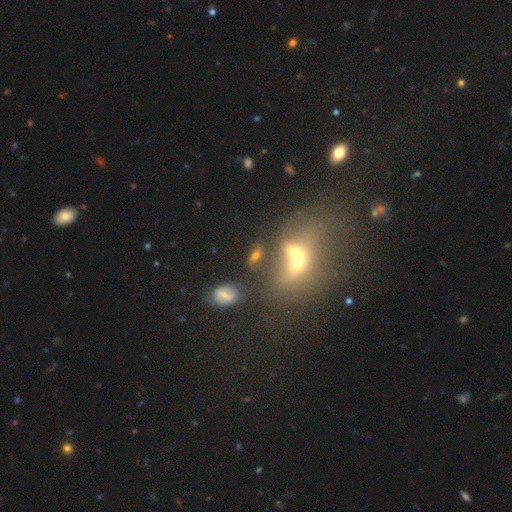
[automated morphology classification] Q: Smooth or featured?
A: smooth (49%); runner-up: featured or disk (31%)
Q: Merging?
A: none (45%); runner-up: merger (36%)